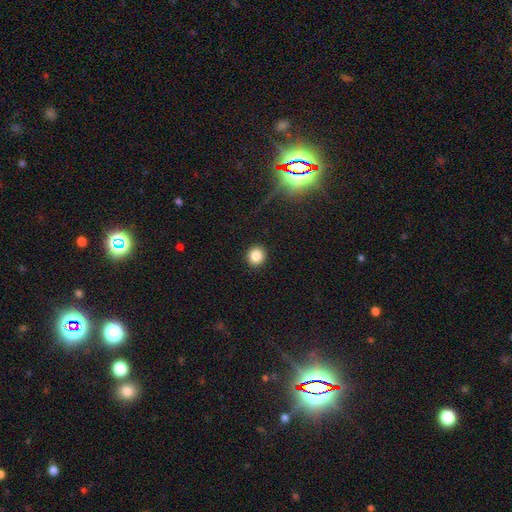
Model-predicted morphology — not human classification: A smooth galaxy with no disk features (84%) that is round (90%). Merging: none (92%).